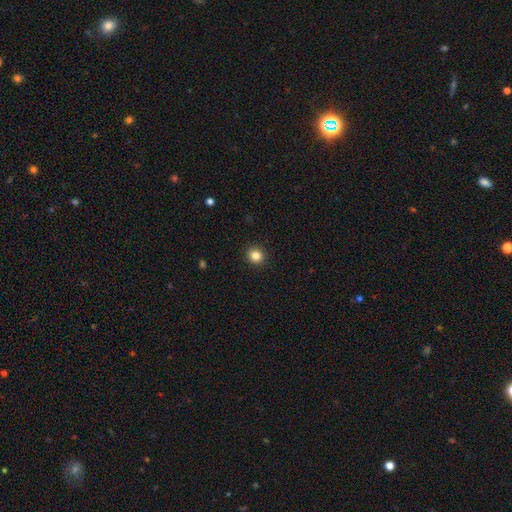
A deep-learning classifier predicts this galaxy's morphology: This appears to be a smooth galaxy with no disk features (84%) that is round (87%). Merging: none (92%).